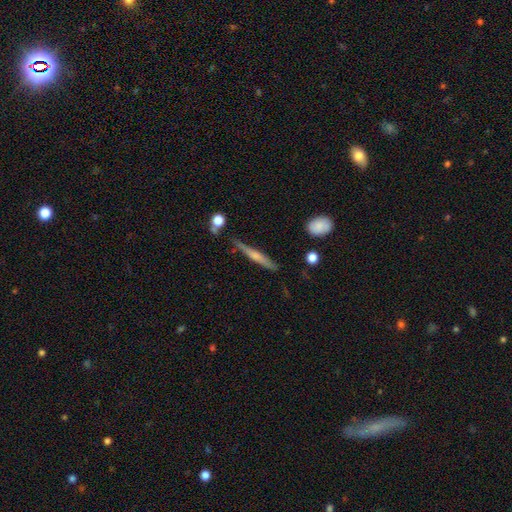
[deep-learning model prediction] Overall: featured or disk (49%; smooth 45%). Merging: none (80%).